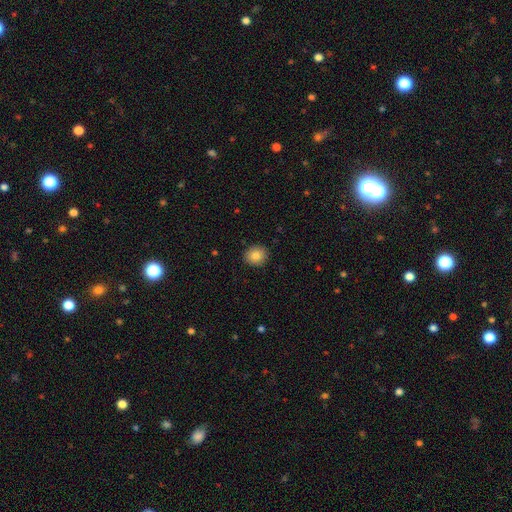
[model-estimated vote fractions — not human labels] The model was most divided on "how rounded": round: 78%, in between: 21%, cigar-shaped: 1%. More confident: merging — none (90%); smooth or featured — smooth (85%).